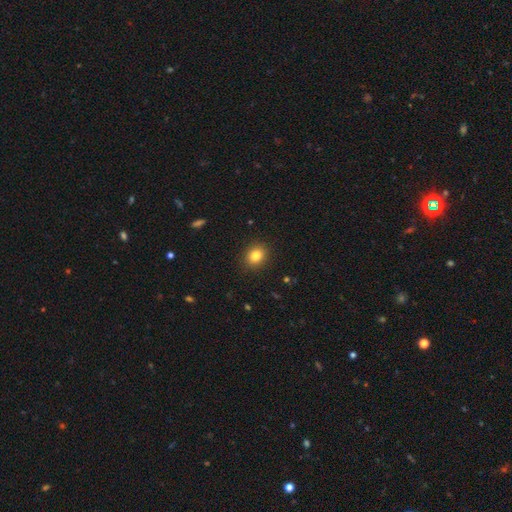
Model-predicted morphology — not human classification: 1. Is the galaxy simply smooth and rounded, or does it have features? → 83% smooth, 11% star or artifact, 7% featured or disk.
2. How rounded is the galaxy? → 58% round, 41% in between, 1% cigar-shaped.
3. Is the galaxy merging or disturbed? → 90% none, 7% minor disturbance, 2% major disturbance, 1% merger.